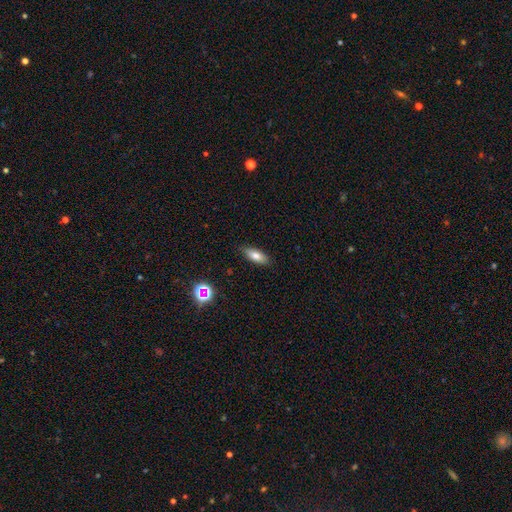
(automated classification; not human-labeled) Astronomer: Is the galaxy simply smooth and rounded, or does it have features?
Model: smooth — 76%.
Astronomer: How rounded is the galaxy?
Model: in between — 73%.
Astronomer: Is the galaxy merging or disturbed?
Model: none — 85%.